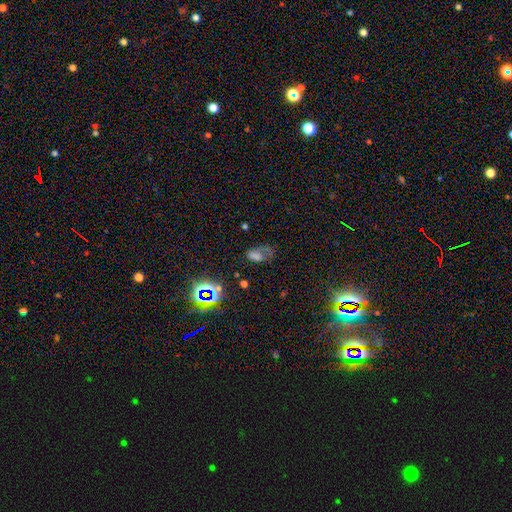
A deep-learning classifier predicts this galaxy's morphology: Smooth or featured? smooth (46%)
Merging? none (36%)